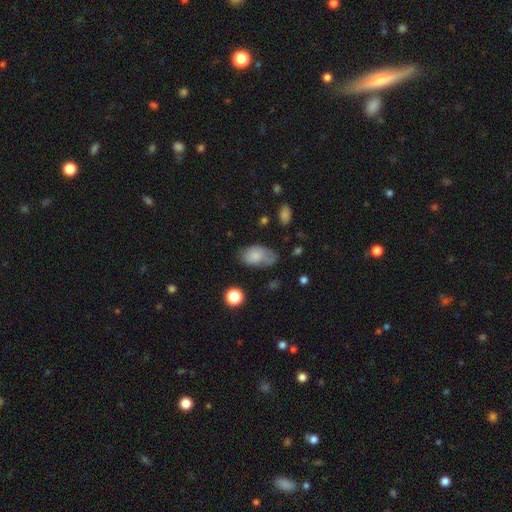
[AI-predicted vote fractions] Smooth or featured?
  - smooth: 77% *
  - featured or disk: 15%
  - star or artifact: 8%
How rounded?
  - in between: 91% *
  - round: 7%
  - cigar-shaped: 2%
Merging?
  - none: 49% *
  - minor disturbance: 33%
  - major disturbance: 14%
  - merger: 4%